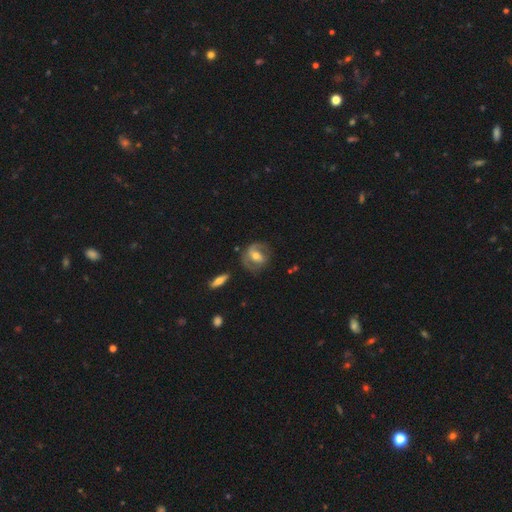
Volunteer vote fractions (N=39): Q: Smooth or featured?
A: featured or disk (77%); runner-up: smooth (23%)
Q: Edge-on disk?
A: no (100%)
Q: Bar?
A: strong (37%); runner-up: weak (33%)
Q: Spiral arms?
A: yes (63%); runner-up: no (37%)
Q: Spiral winding?
A: medium (37%); runner-up: tight (32%)
Q: Spiral arm count?
A: 2 (89%); runner-up: 1 (5%)
Q: Bulge size?
A: moderate (80%); runner-up: small (10%)
Q: Merging?
A: none (77%); runner-up: minor disturbance (18%)